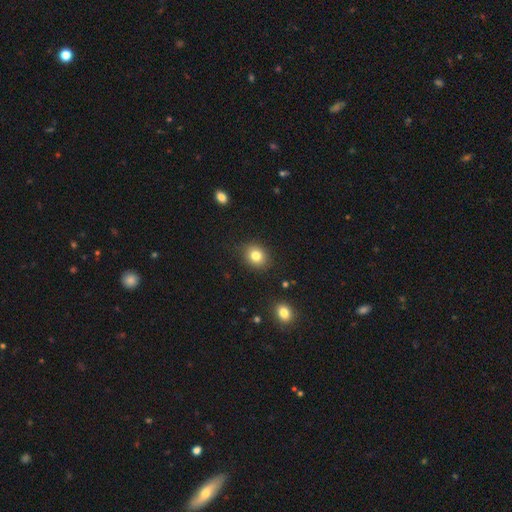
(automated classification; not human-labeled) Q: Smooth or featured?
A: smooth (81%); runner-up: star or artifact (11%)
Q: How rounded?
A: round (61%); runner-up: in between (38%)
Q: Merging?
A: none (87%); runner-up: minor disturbance (9%)